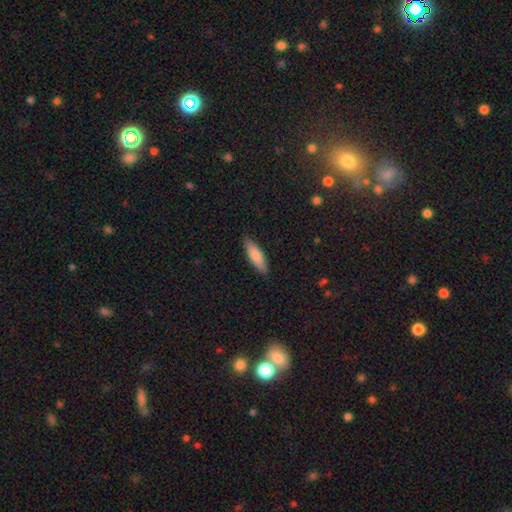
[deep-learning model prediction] Q: Smooth or featured?
A: smooth (82%); runner-up: featured or disk (13%)
Q: How rounded?
A: cigar-shaped (56%); runner-up: in between (43%)
Q: Merging?
A: none (87%); runner-up: minor disturbance (10%)